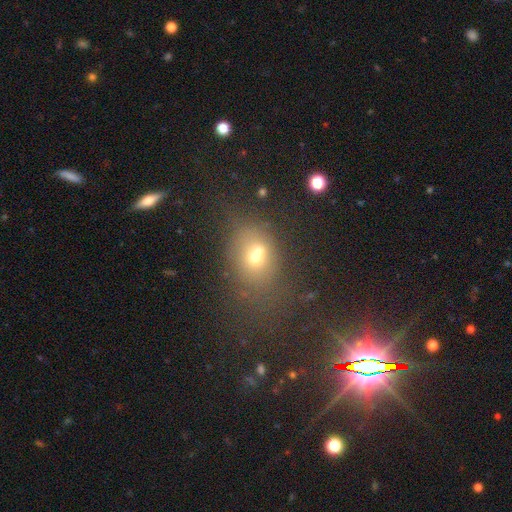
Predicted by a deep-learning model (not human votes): smooth_or_featured: smooth (p=0.59) [alt: featured or disk p=0.22]
how_rounded: in between (p=0.60) [alt: round p=0.38]
merging: merger (p=0.41) [alt: none p=0.37]